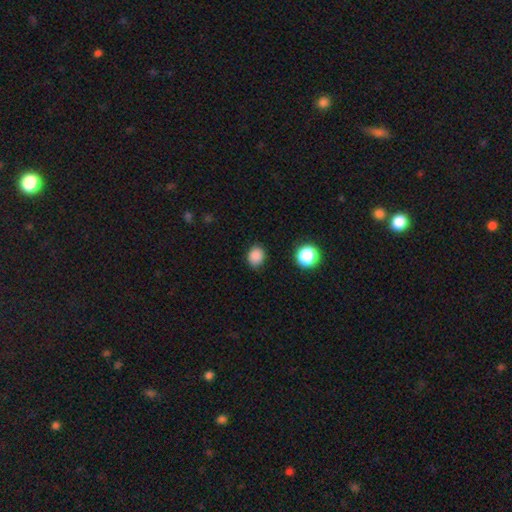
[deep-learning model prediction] Smooth or featured: smooth — 86% (star or artifact — 11%)
How rounded: round — 59% (in between — 40%)
Merging: none — 84% (minor disturbance — 11%)